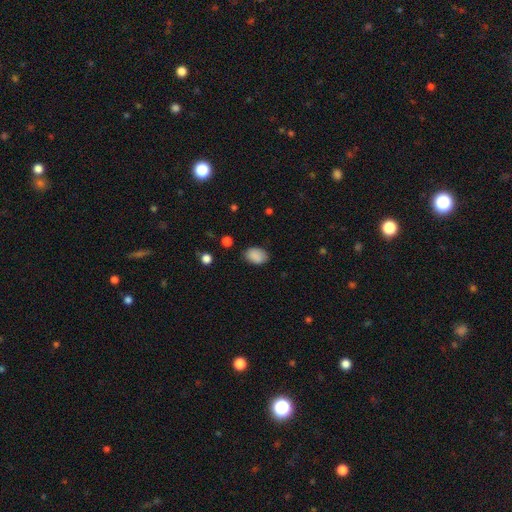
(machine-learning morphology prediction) This appears to be a smooth galaxy with no disk features (88%) that is in between round and cigar-shaped (81%). Merging: none (81%).